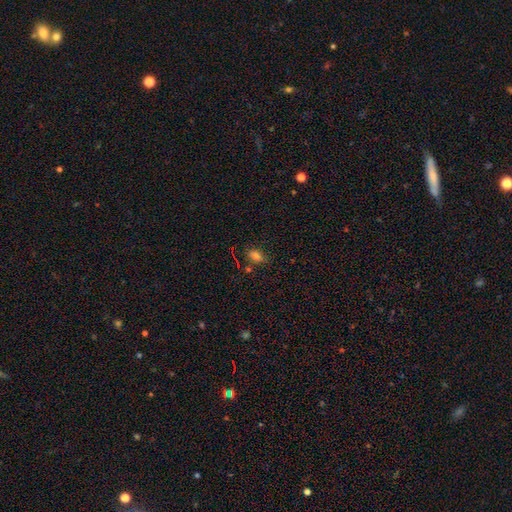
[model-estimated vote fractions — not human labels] This appears to be a smooth galaxy with no disk features (73%) that is in between round and cigar-shaped (85%). Merging: none (75%).